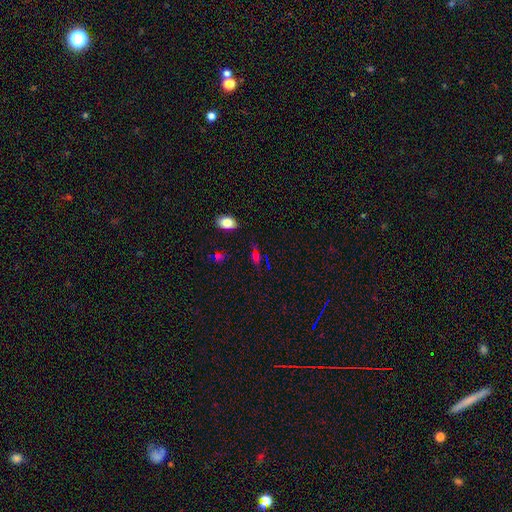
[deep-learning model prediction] smooth_or_featured: smooth (p=0.55) [alt: star or artifact p=0.29]
how_rounded: in between (p=0.69) [alt: round p=0.18]
merging: none (p=0.76) [alt: minor disturbance p=0.13]